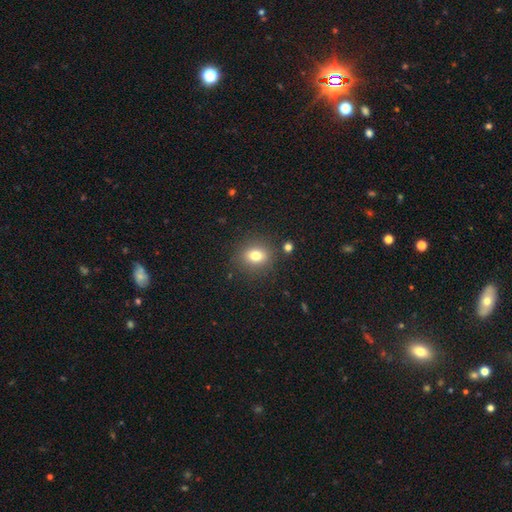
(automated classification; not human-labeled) Morphology: type=smooth (78%); roundness=round (57%); merging=none (84%).